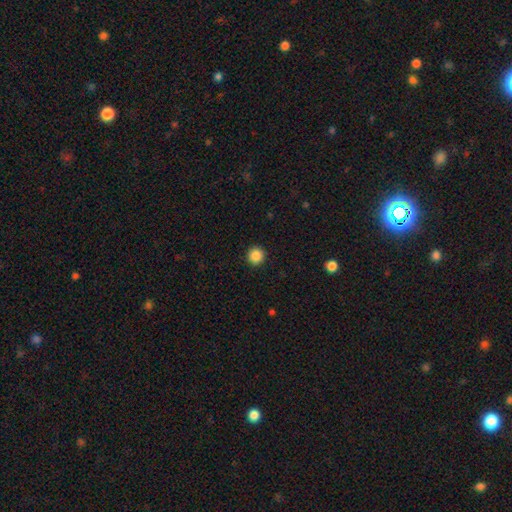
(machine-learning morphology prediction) Smooth or featured? Predicted: smooth (p=0.87). How rounded? Predicted: round (p=0.95). Merging? Predicted: none (p=0.93).